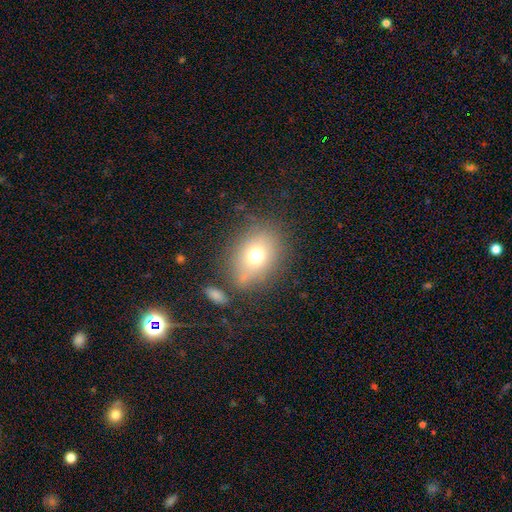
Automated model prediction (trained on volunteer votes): smooth 70%, featured or disk 17%, star or artifact 13%. Down the decision tree: how rounded — in between (58%); merging — none (71%).